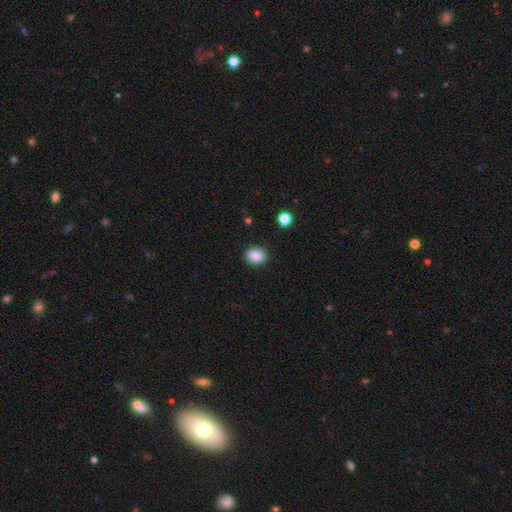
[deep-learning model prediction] Smooth or featured? smooth (87%)
How rounded? in between (62%)
Merging? none (87%)